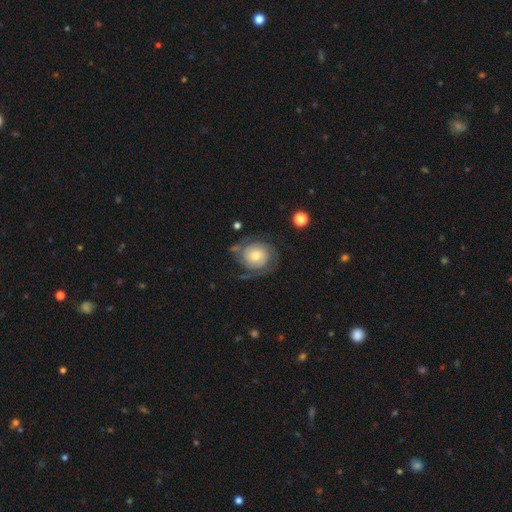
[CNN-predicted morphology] Smooth or featured: featured or disk — 67% (smooth — 26%)
Edge-on disk: no — 98% (yes — 2%)
Bar: no — 79% (weak — 18%)
Spiral arms: yes — 87% (no — 13%)
Spiral winding: tight — 57% (medium — 29%)
Spiral arm count: 2 — 57% (can't tell — 22%)
Bulge size: moderate — 48% (small — 43%)
Merging: none — 60% (minor disturbance — 20%)